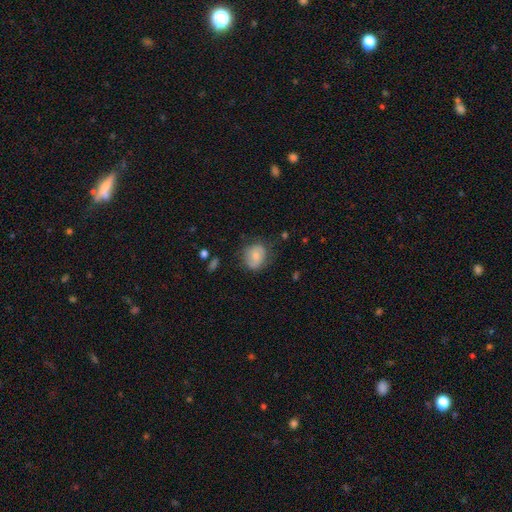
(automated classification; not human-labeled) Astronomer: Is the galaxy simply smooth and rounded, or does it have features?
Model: smooth — 70%.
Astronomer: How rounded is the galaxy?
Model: round — 63%.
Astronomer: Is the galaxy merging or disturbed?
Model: none — 65%.